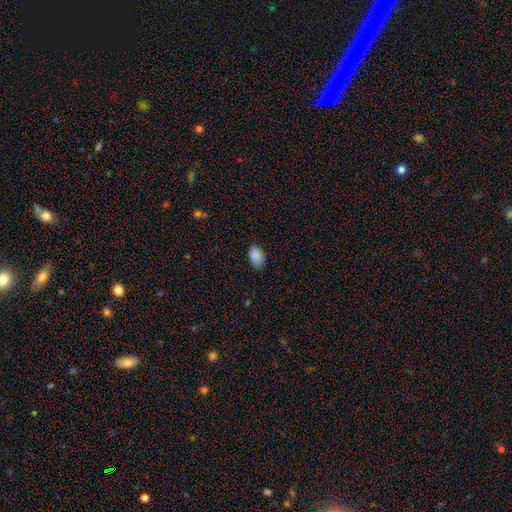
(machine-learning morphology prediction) The model was most divided on "merging": none: 79%, minor disturbance: 17%, major disturbance: 3%, merger: 1%. More confident: how rounded — in between (89%); smooth or featured — smooth (88%).